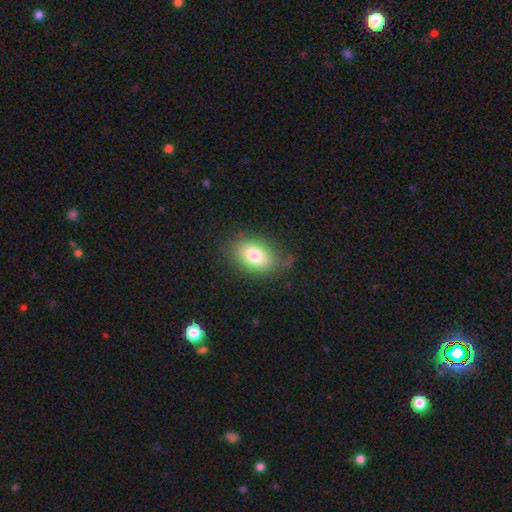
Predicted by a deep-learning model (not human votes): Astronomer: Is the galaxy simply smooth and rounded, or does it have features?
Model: smooth — 72%.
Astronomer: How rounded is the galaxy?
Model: in between — 83%.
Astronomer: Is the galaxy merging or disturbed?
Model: none — 80%.